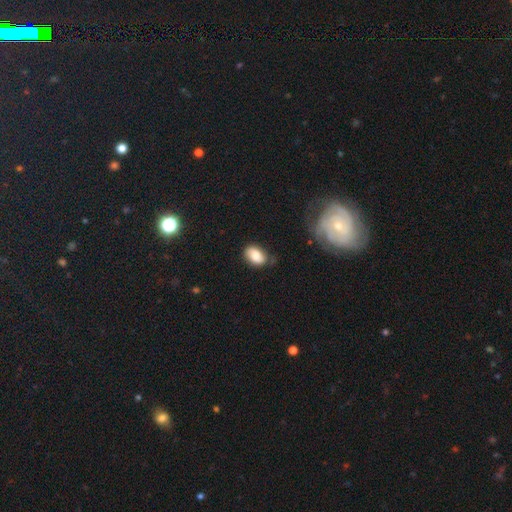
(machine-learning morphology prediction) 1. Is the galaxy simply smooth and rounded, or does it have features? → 81% smooth, 11% featured or disk, 8% star or artifact.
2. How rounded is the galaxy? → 87% in between, 12% round, 1% cigar-shaped.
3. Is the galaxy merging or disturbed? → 64% none, 27% minor disturbance, 6% major disturbance, 4% merger.